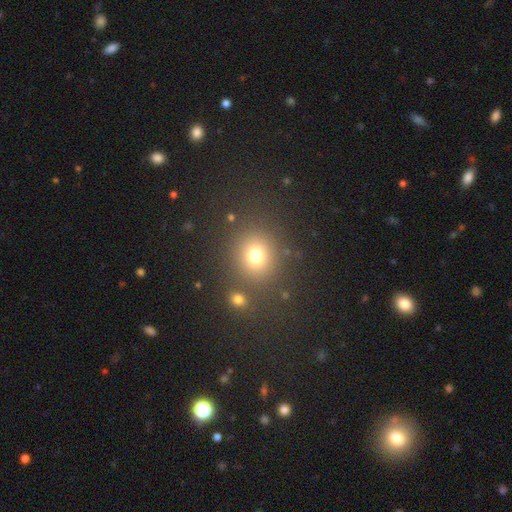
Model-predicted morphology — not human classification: This is likely a smooth galaxy (74%). How rounded: clearly round (82%). Merging: likely none (80%).